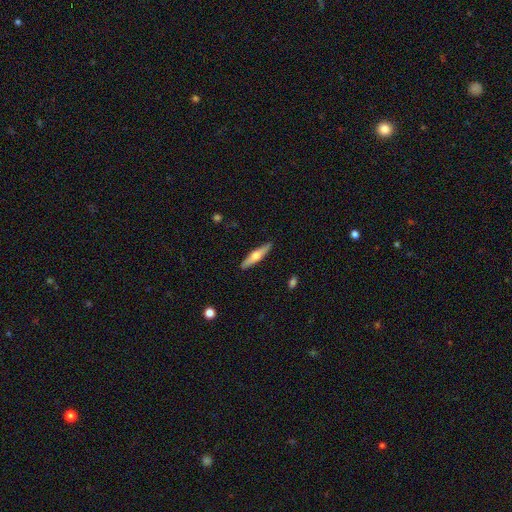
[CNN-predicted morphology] Smooth or featured: featured or disk — 49% (smooth — 46%)
Merging: none — 90% (minor disturbance — 7%)